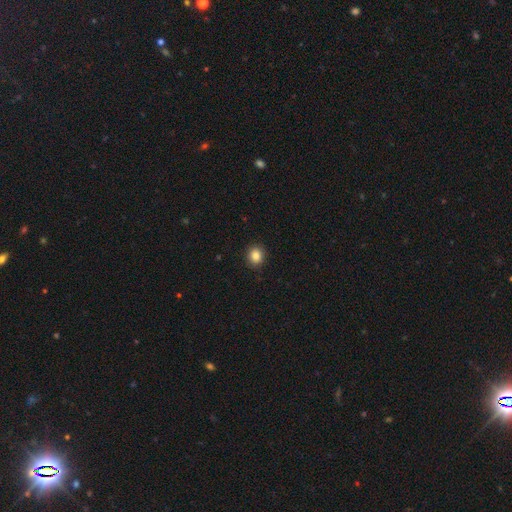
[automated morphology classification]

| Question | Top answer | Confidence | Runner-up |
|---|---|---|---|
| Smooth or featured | smooth | 86% | star or artifact (10%) |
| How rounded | round | 79% | in between (20%) |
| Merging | none | 92% | minor disturbance (6%) |